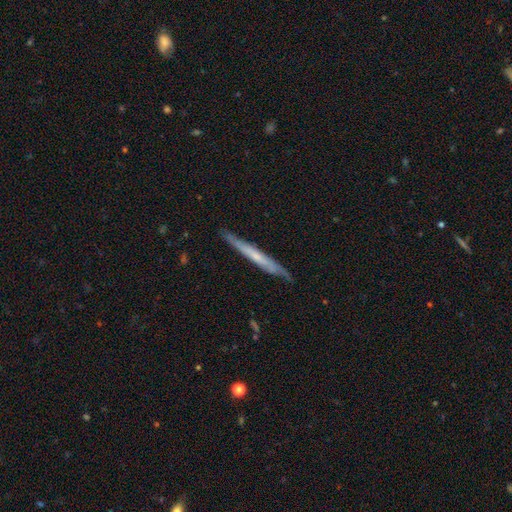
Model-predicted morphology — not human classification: featured or disk 57%, smooth 38%, star or artifact 6%. Down the decision tree: edge-on disk — yes (91%); edge-on bulge — none (73%); merging — none (83%).